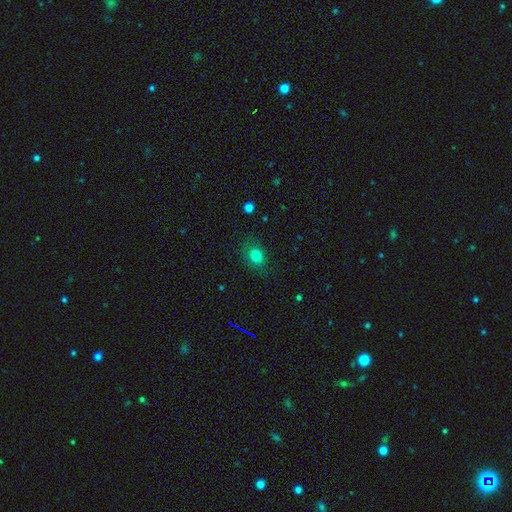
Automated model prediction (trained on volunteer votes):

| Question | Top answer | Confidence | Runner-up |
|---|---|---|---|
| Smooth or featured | smooth | 81% | star or artifact (13%) |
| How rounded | round | 57% | in between (41%) |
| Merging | none | 81% | minor disturbance (14%) |